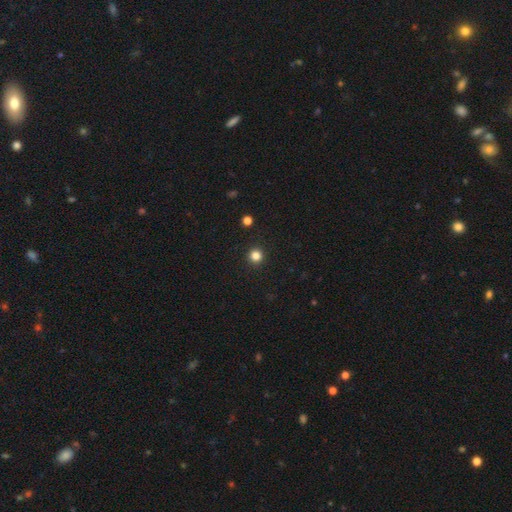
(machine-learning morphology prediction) Overall: smooth (83%). How rounded: round (95%). Merging: none (93%).